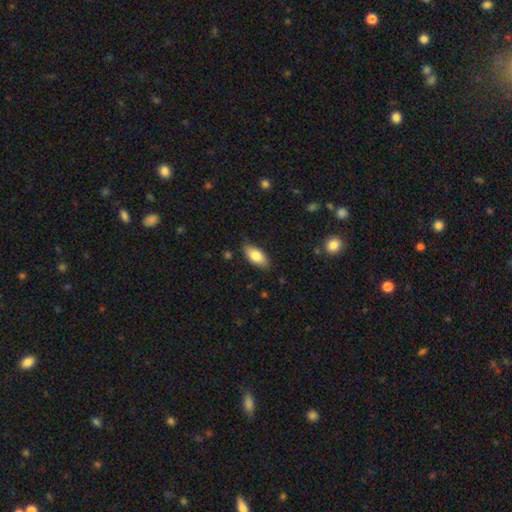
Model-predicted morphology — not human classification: Q: Smooth or featured?
A: smooth (80%); runner-up: featured or disk (13%)
Q: How rounded?
A: in between (90%); runner-up: cigar-shaped (7%)
Q: Merging?
A: none (81%); runner-up: minor disturbance (15%)